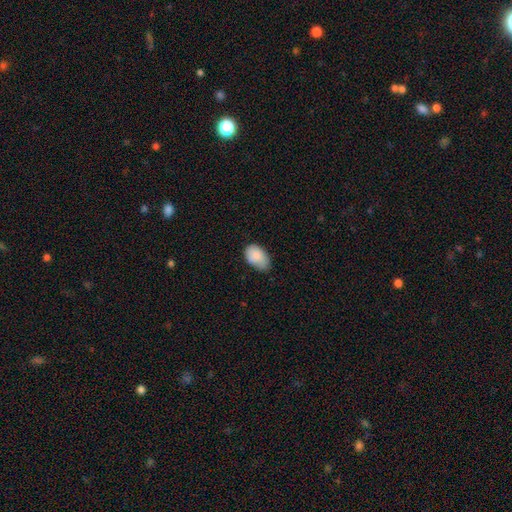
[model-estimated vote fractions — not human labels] smooth_or_featured: smooth (p=0.87) [alt: featured or disk p=0.07]
how_rounded: in between (p=0.88) [alt: round p=0.11]
merging: none (p=0.48) [alt: minor disturbance p=0.42]